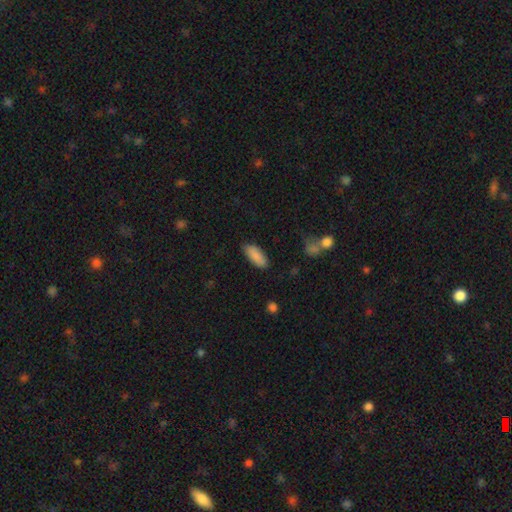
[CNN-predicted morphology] smooth-or-featured: smooth: 89% | star or artifact: 6% | featured or disk: 5%
  how-rounded: in between: 78% | cigar-shaped: 20% | round: 2%
  merging: none: 84% | minor disturbance: 12% | major disturbance: 3% | merger: 1%